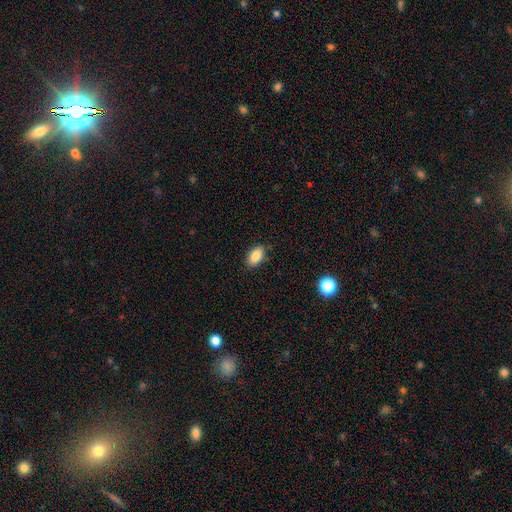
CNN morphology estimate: A smooth galaxy with no disk features (87%) that is in between round and cigar-shaped (92%).

Vote fractions:
- Smooth or featured? smooth: 87% / star or artifact: 8% / featured or disk: 6%
- How rounded? in between: 92% / round: 5% / cigar-shaped: 3%
- Merging? none: 85% / minor disturbance: 12% / major disturbance: 2% / merger: 1%